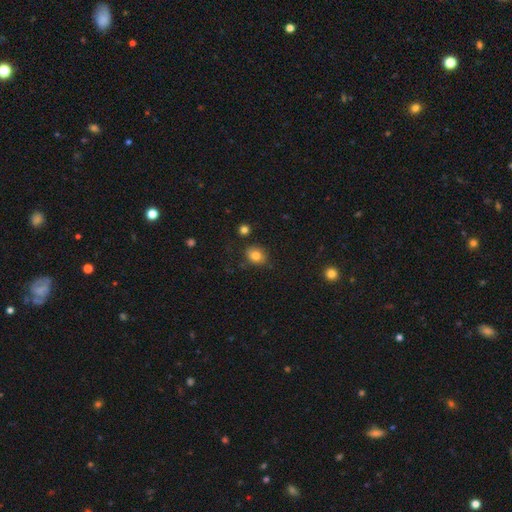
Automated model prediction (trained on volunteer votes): Q: Smooth or featured?
A: smooth (82%); runner-up: star or artifact (10%)
Q: How rounded?
A: round (53%); runner-up: in between (46%)
Q: Merging?
A: none (80%); runner-up: minor disturbance (14%)